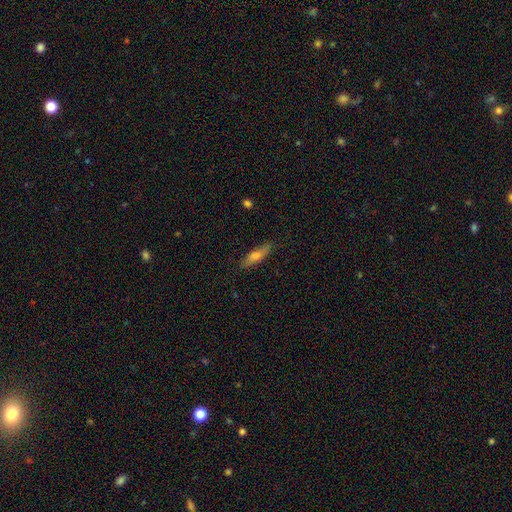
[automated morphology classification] Smooth or featured? smooth (60%)
How rounded? cigar-shaped (70%)
Merging? none (84%)